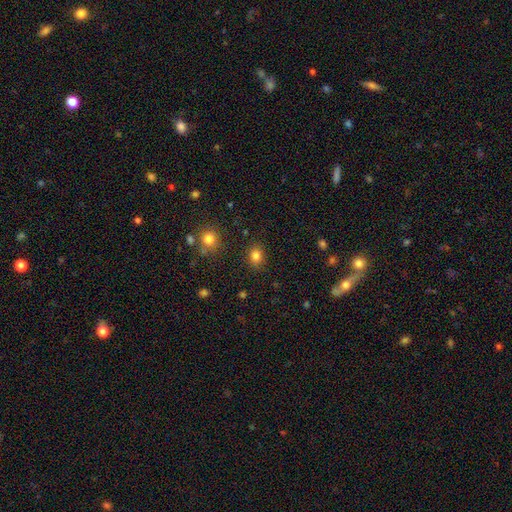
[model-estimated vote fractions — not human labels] Overall: smooth (83%). How rounded: round (53%; in between 46%). Merging: none (85%).